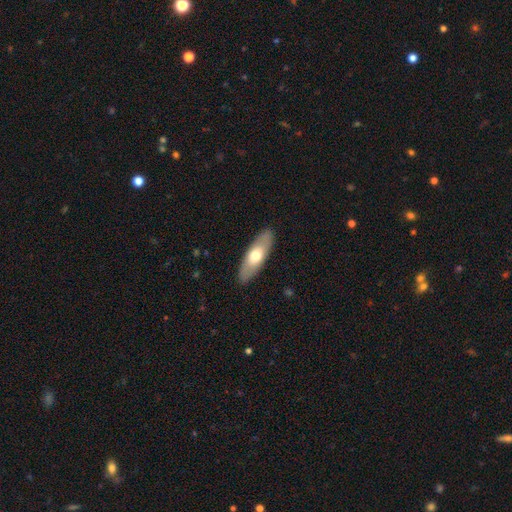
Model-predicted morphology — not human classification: Q: Smooth or featured?
A: smooth (59%); runner-up: featured or disk (36%)
Q: How rounded?
A: in between (60%); runner-up: cigar-shaped (37%)
Q: Merging?
A: none (88%); runner-up: minor disturbance (9%)